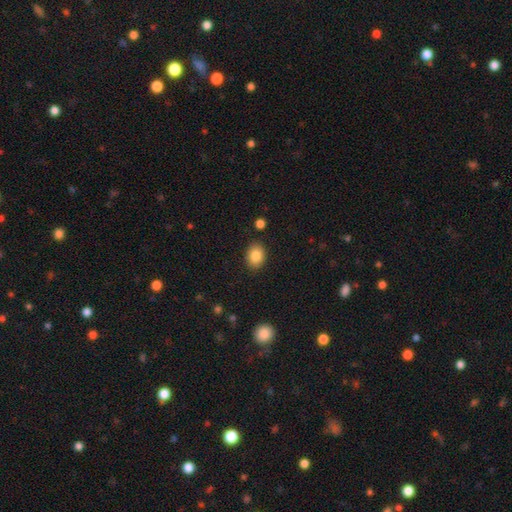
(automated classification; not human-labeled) Smooth or featured: smooth — 85% (star or artifact — 8%)
How rounded: in between — 61% (round — 38%)
Merging: none — 87% (minor disturbance — 9%)